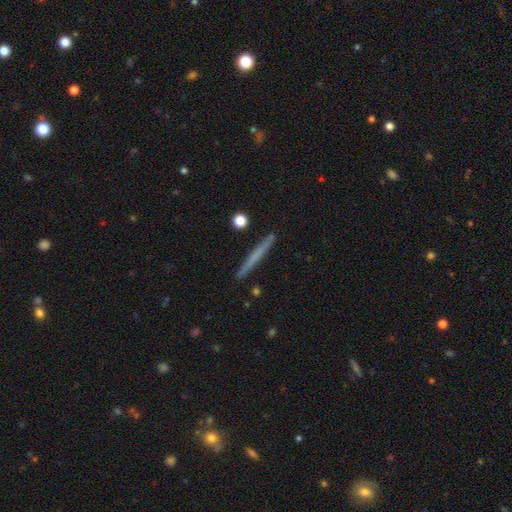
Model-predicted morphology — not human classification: A smooth galaxy with no disk features (56%) that is cigar-shaped (97%).

Vote fractions:
- Smooth or featured? smooth: 56% / featured or disk: 38% / star or artifact: 6%
- How rounded? cigar-shaped: 97% / in between: 2% / round: 2%
- Merging? none: 92% / minor disturbance: 6% / merger: 1% / major disturbance: 1%